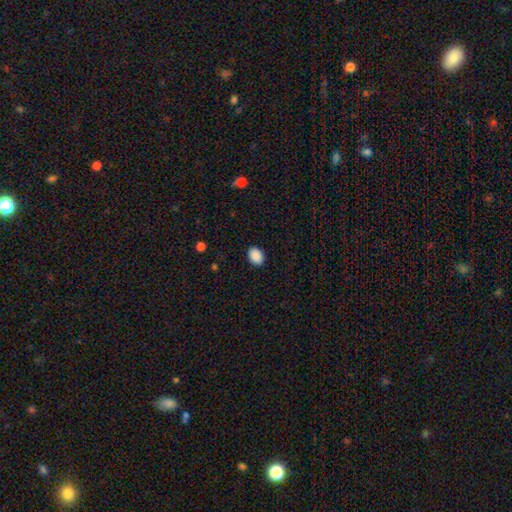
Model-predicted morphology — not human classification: smooth_or_featured: smooth (p=0.90) [alt: star or artifact p=0.08]
how_rounded: in between (p=0.72) [alt: round p=0.27]
merging: none (p=0.89) [alt: minor disturbance p=0.08]